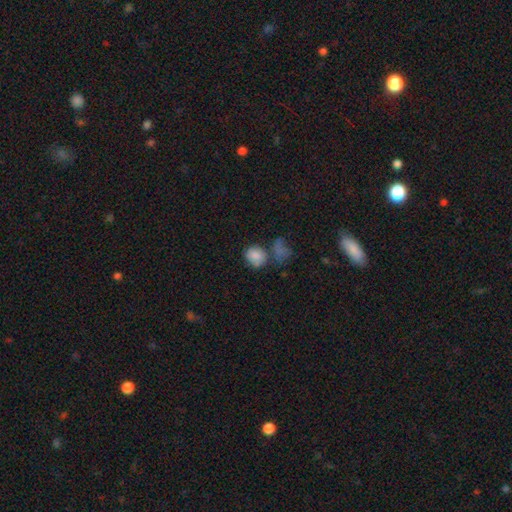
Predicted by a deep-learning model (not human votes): Overall: smooth (82%). How rounded: round (61%; in between 37%). Merging: none (47%; merger 25%).